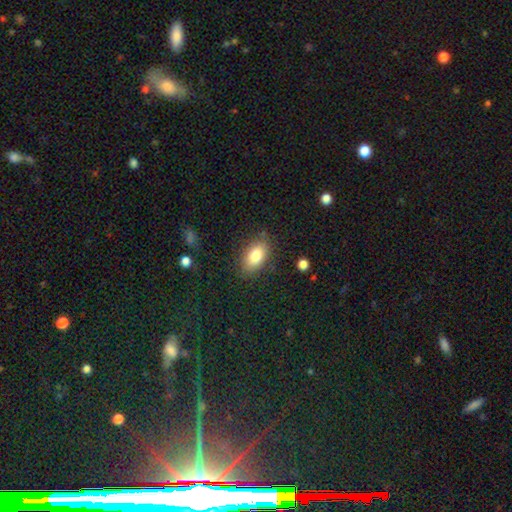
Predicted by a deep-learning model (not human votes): Morphology: type=smooth (82%); roundness=in between (91%); merging=none (82%).